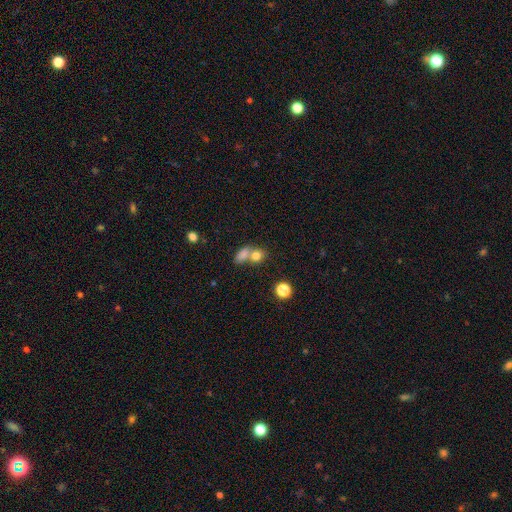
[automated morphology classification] A smooth galaxy with no disk features (78%) that is in between round and cigar-shaped (49%, tied with round). Merging: merger (52%).